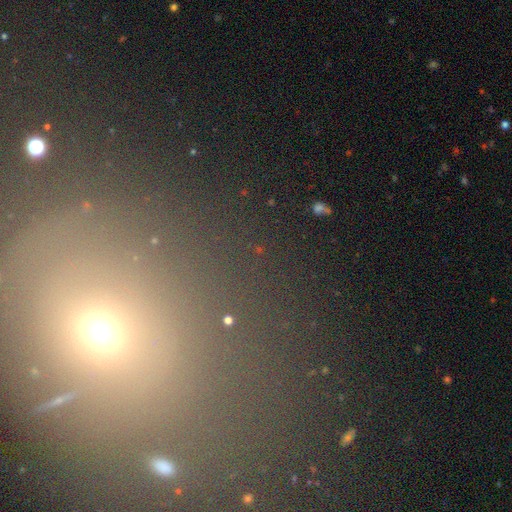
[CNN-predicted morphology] Smooth or featured? Predicted: star or artifact (p=0.48).